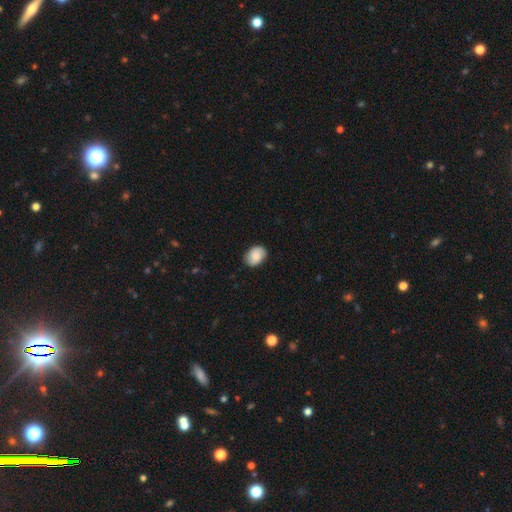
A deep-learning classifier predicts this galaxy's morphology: Q: Smooth or featured?
A: smooth (80%); runner-up: featured or disk (13%)
Q: How rounded?
A: in between (72%); runner-up: round (27%)
Q: Merging?
A: none (85%); runner-up: minor disturbance (12%)